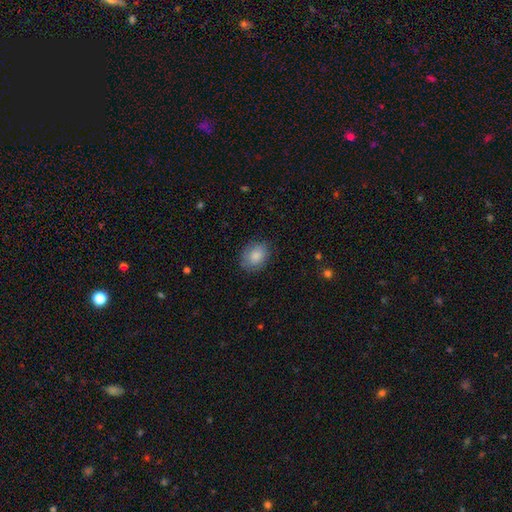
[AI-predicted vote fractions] This appears to be a smooth galaxy with no disk features (85%) that is in between round and cigar-shaped (61%). Merging: none (81%).